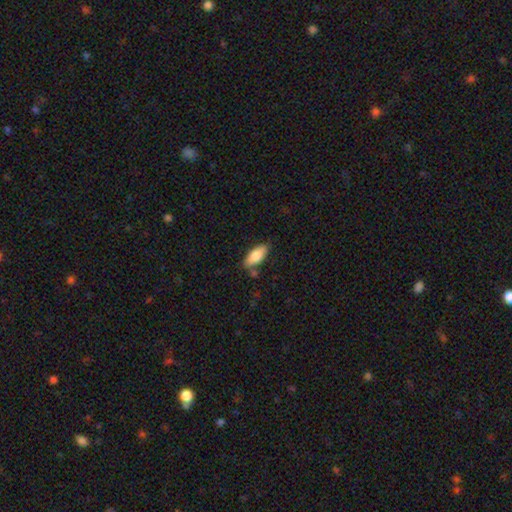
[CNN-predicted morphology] Smooth or featured? smooth (80%)
How rounded? in between (84%)
Merging? none (78%)